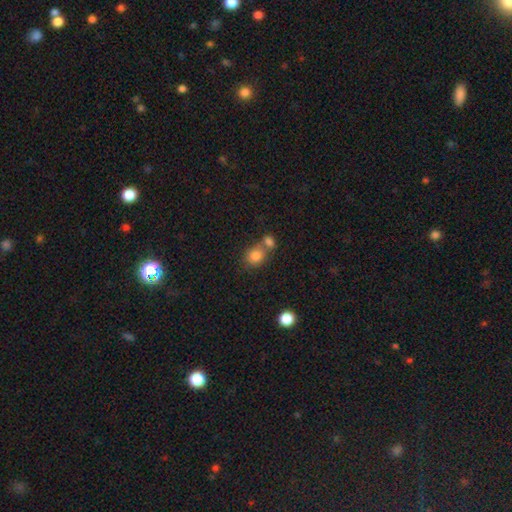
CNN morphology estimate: type=smooth (82%); roundness=round (65%); merging=merger (43%, tied with none).